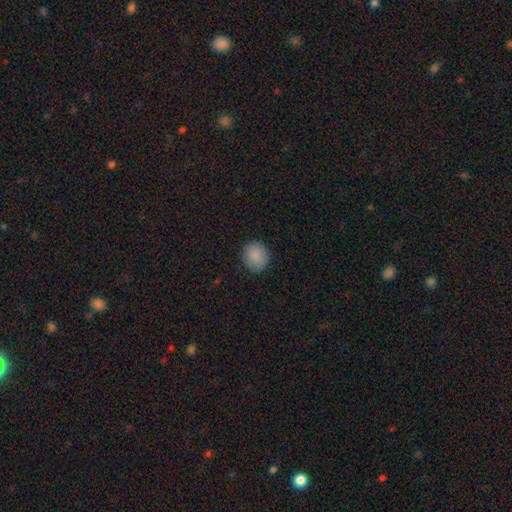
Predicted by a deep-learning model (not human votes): Smooth or featured: smooth — 89% (star or artifact — 8%)
How rounded: round — 73% (in between — 26%)
Merging: none — 88% (minor disturbance — 8%)